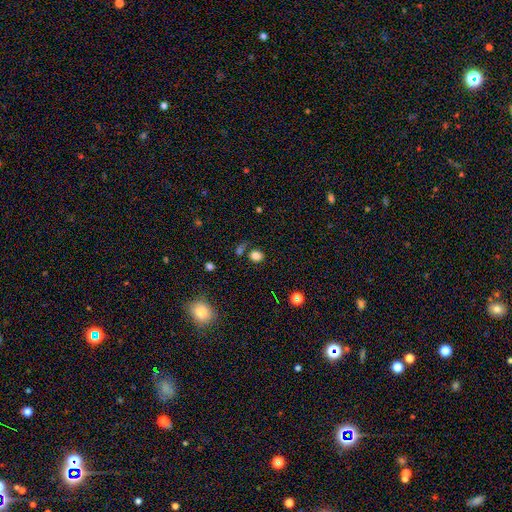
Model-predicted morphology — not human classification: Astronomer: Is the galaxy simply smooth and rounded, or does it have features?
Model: smooth — 80%.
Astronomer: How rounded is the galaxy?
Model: round — 60% (runner-up: in between, 38%).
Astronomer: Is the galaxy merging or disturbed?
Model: none — 70%.